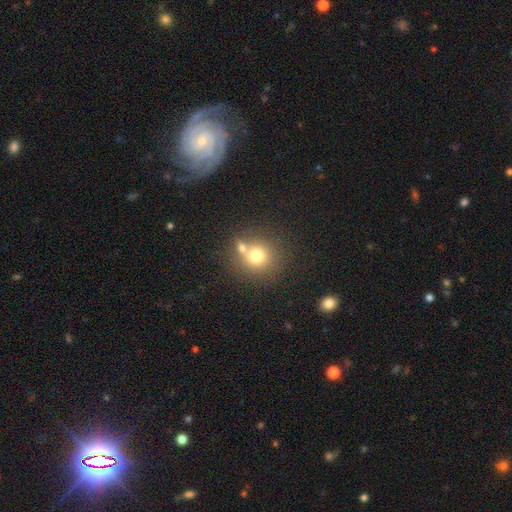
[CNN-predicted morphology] This is likely a smooth galaxy (73%). How rounded: clearly round (87%). Merging: possibly none (53%).